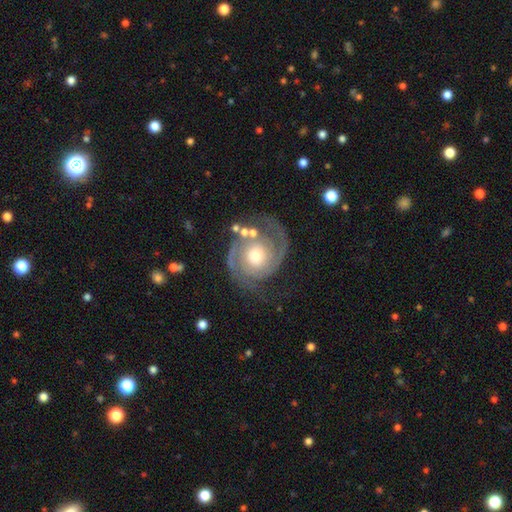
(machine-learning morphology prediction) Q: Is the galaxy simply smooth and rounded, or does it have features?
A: featured or disk — 89%.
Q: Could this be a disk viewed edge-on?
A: no — 98%.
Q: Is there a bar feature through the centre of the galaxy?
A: no — 76%.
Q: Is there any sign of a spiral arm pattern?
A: yes — 97%.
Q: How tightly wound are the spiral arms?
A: tight — 57%.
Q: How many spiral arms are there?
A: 2 — 84%.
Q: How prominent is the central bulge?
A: moderate — 65%.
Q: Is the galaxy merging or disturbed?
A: none — 67%.